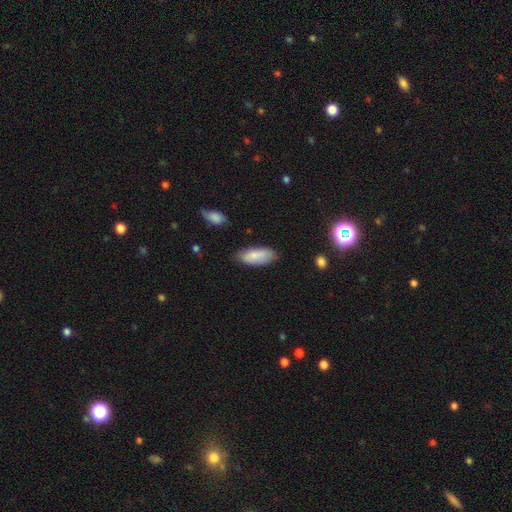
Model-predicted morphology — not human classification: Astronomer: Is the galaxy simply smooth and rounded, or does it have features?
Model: smooth — 82%.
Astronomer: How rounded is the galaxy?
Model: in between — 83%.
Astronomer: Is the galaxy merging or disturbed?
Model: none — 73%.